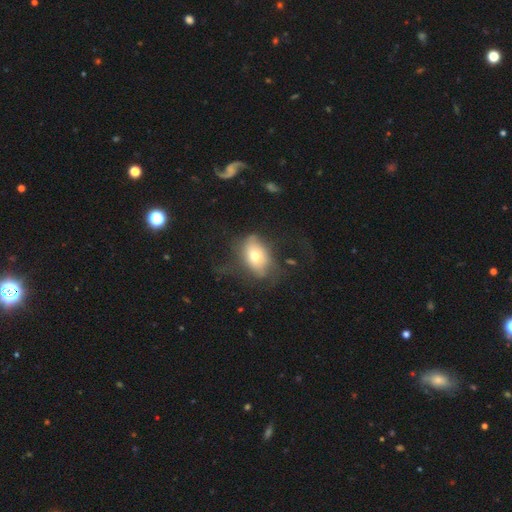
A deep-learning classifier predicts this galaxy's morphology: smooth-or-featured: smooth: 60% | featured or disk: 31% | star or artifact: 9%
  how-rounded: in between: 81% | round: 17% | cigar-shaped: 2%
  merging: none: 43% | major disturbance: 31% | minor disturbance: 23% | merger: 2%